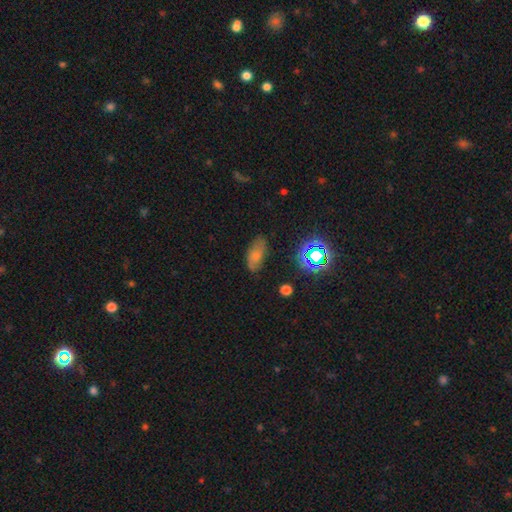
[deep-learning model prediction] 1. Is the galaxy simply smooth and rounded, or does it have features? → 64% smooth, 21% featured or disk, 16% star or artifact.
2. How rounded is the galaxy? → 88% in between, 8% cigar-shaped, 5% round.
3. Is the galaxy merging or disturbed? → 71% none, 21% minor disturbance, 6% major disturbance, 2% merger.